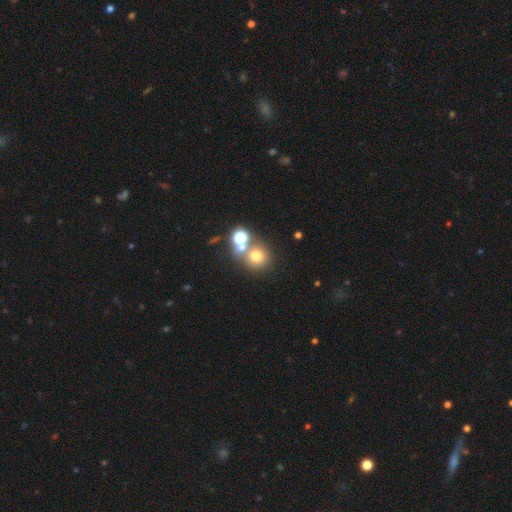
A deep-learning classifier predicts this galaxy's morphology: Smooth or featured: smooth — 67% (star or artifact — 20%)
How rounded: round — 89% (in between — 10%)
Merging: none — 55% (merger — 32%)